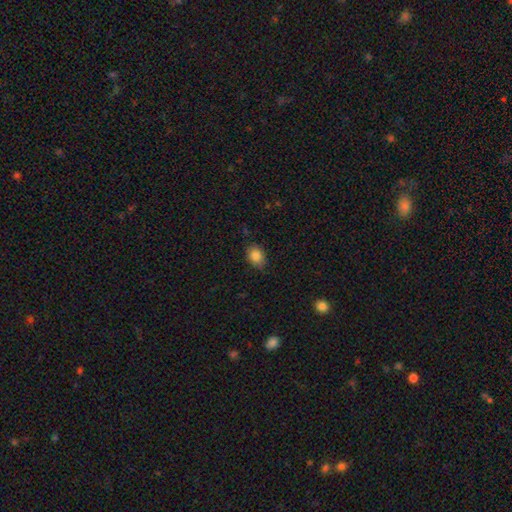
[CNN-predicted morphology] type=smooth (86%); roundness=in between (66%); merging=none (79%).